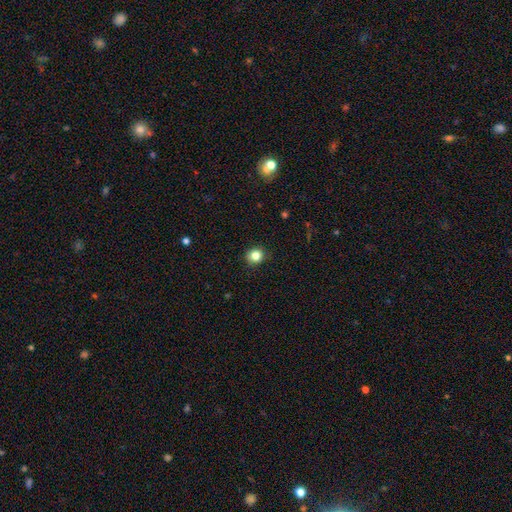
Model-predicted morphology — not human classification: Q: Smooth or featured?
A: smooth (83%); runner-up: star or artifact (11%)
Q: How rounded?
A: round (83%); runner-up: in between (16%)
Q: Merging?
A: none (89%); runner-up: minor disturbance (8%)